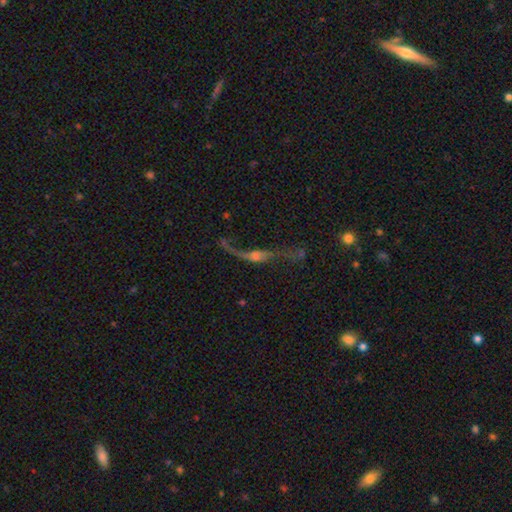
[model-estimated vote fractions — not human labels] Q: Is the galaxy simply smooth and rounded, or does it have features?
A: featured or disk — 73%.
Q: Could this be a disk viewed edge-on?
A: no — 70%.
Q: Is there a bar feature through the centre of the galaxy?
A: no — 60%.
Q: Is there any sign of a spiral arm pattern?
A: yes — 80%.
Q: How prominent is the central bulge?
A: small — 36%.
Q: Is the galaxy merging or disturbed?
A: none — 38%.